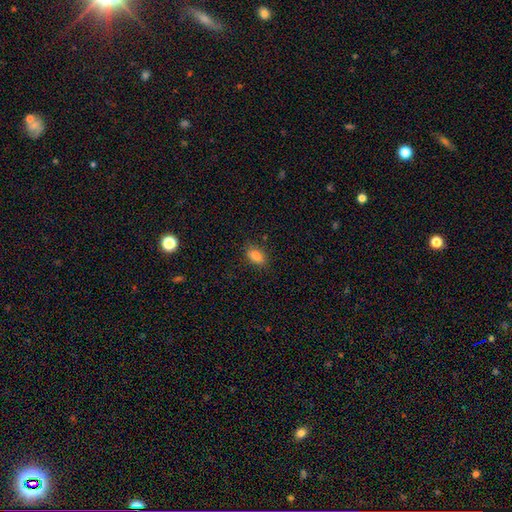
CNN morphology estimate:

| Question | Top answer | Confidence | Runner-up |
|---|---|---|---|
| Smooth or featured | smooth | 86% | star or artifact (10%) |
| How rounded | in between | 88% | round (7%) |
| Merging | none | 84% | minor disturbance (12%) |